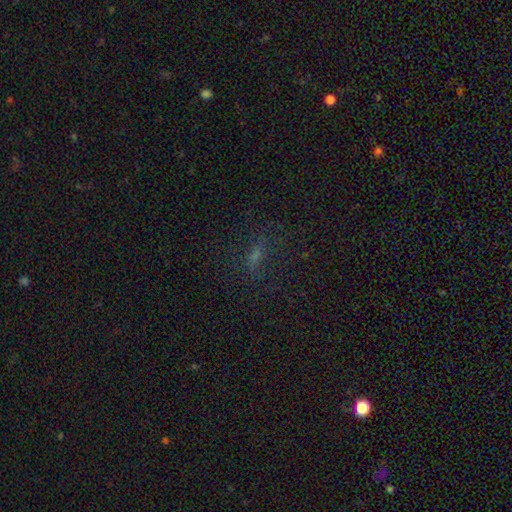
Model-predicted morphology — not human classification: smooth_or_featured: smooth (p=0.39) [alt: star or artifact p=0.36]
merging: none (p=0.73) [alt: minor disturbance p=0.15]